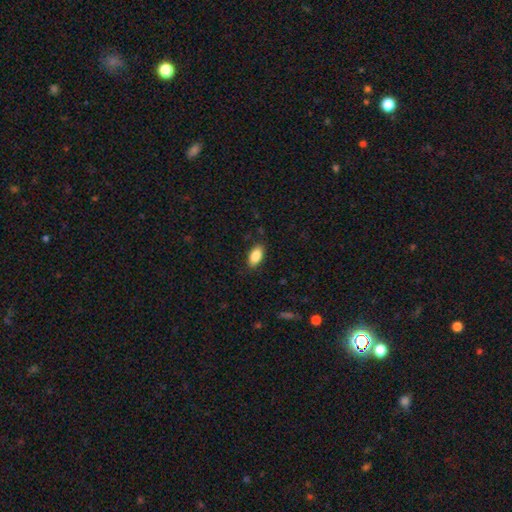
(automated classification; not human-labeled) smooth-or-featured: smooth: 86% | star or artifact: 7% | featured or disk: 7%
  how-rounded: in between: 91% | cigar-shaped: 6% | round: 3%
  merging: none: 86% | minor disturbance: 10% | major disturbance: 2% | merger: 1%